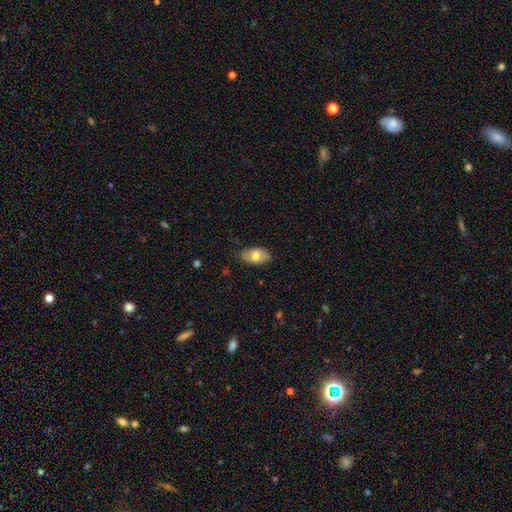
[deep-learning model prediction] This appears to be a smooth galaxy with no disk features (68%) that is in between round and cigar-shaped (93%). Merging: none (77%).